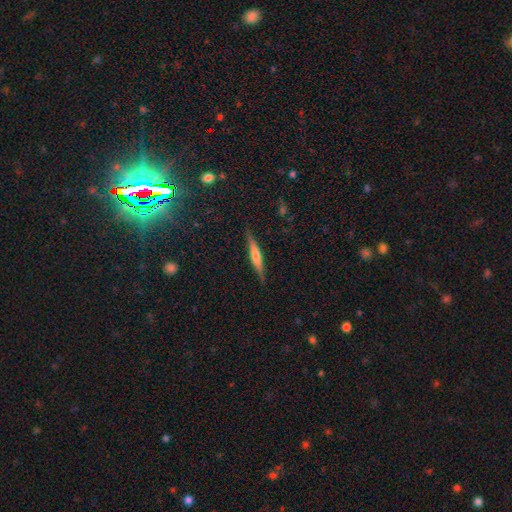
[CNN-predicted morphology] smooth_or_featured: featured or disk (p=0.47) [alt: smooth p=0.46]
merging: none (p=0.86) [alt: minor disturbance p=0.11]